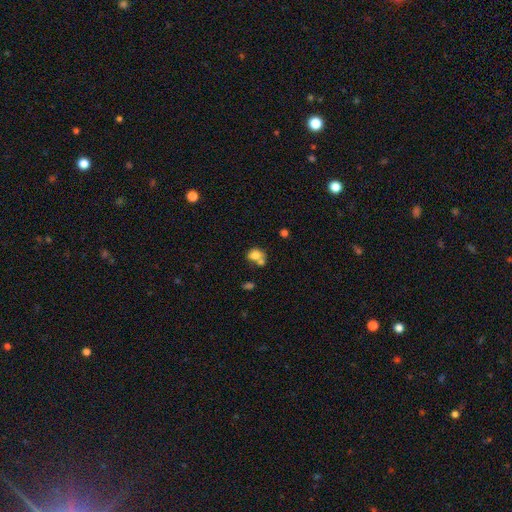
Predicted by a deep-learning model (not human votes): This is likely a smooth galaxy (76%). How rounded: possibly in between (58%). Merging: possibly merger (46%).